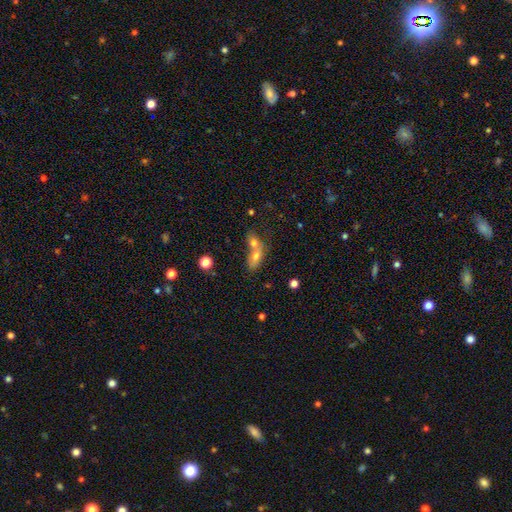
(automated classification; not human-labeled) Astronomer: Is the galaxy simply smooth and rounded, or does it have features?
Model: smooth — 65%.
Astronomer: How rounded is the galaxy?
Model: in between — 74%.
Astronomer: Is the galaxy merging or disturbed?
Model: merger — 62%.